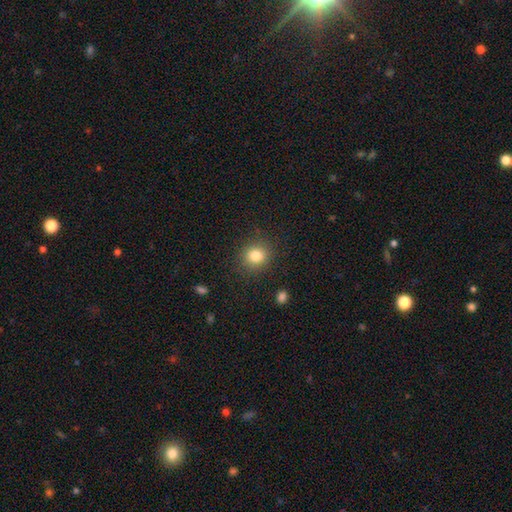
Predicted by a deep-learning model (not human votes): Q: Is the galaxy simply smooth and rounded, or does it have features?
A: smooth — 82%.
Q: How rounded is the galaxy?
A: round — 81%.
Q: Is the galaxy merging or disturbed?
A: none — 87%.